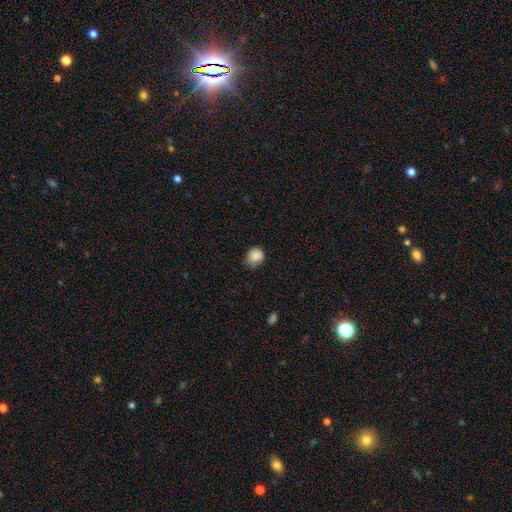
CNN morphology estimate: Smooth or featured? smooth (86%)
How rounded? round (67%)
Merging? none (59%)